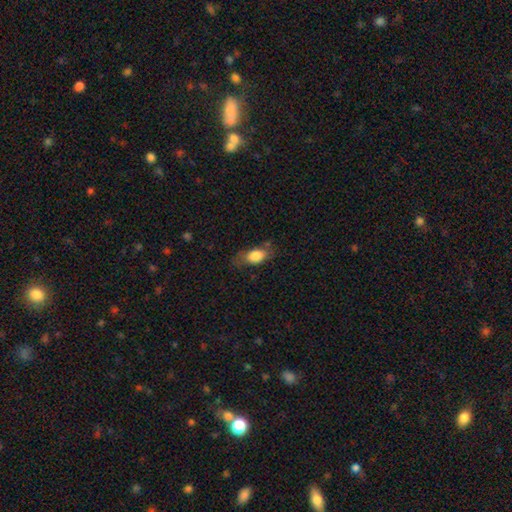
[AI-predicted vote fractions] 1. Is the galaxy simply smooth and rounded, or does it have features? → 80% smooth, 13% featured or disk, 7% star or artifact.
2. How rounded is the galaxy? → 84% in between, 8% round, 8% cigar-shaped.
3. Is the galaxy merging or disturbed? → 58% none, 28% minor disturbance, 11% major disturbance, 3% merger.